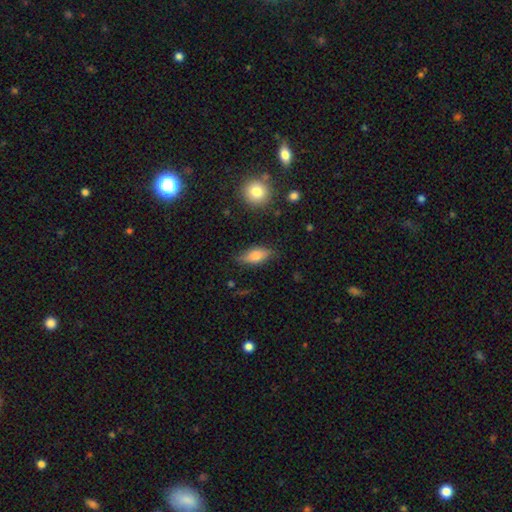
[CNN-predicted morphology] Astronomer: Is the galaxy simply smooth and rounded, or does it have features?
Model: smooth — 66%.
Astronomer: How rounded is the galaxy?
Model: in between — 80%.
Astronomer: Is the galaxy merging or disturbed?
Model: none — 77%.